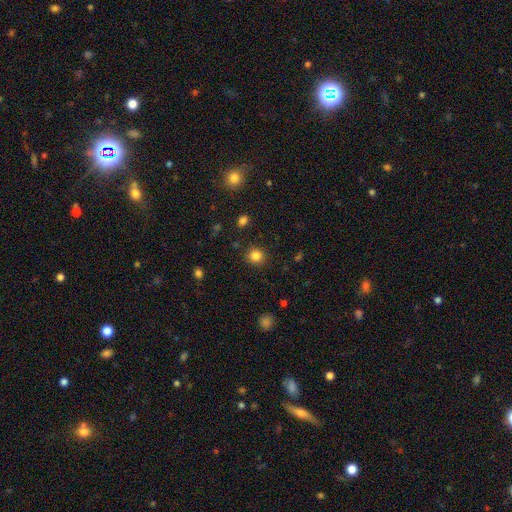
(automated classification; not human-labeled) Overall: smooth (84%). How rounded: round (87%). Merging: none (89%).